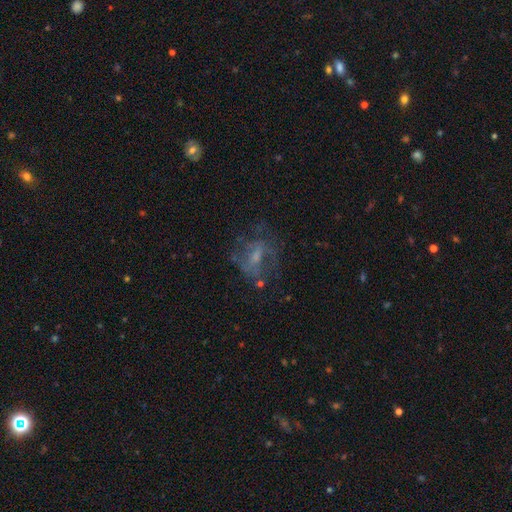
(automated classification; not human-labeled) This appears to be a featured or disk galaxy (59%) with a weak bar (45%), spiral arms (53%) and a small central bulge (37%). Merging: none (51%).